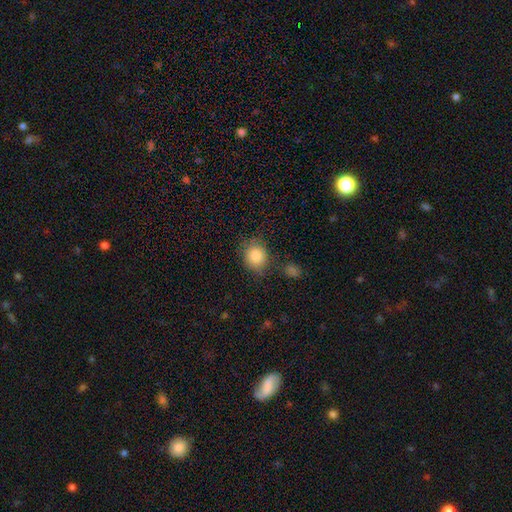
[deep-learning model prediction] Smooth or featured? Predicted: smooth (p=0.83). How rounded? Predicted: round (p=0.68). Merging? Predicted: none (p=0.75).